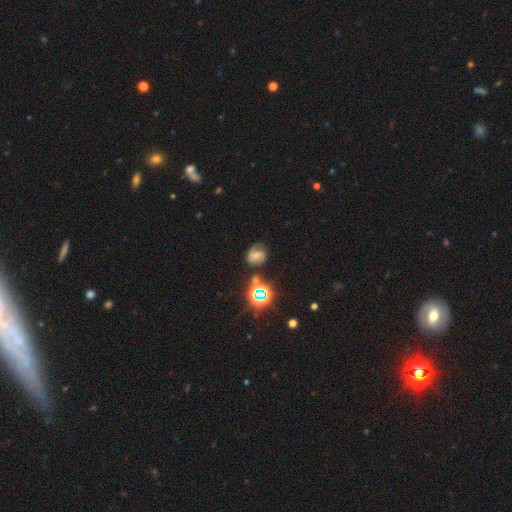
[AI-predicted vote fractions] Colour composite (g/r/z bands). It shows a featured or disk galaxy (53%) with no bar (55%), spiral arms (85%) and a small central bulge (47%). Merging: none (56%).